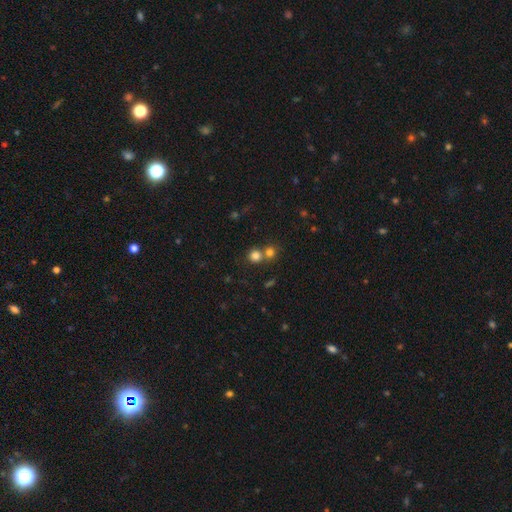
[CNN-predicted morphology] Overall: smooth (78%). How rounded: round (89%). Merging: none (57%; merger 35%).